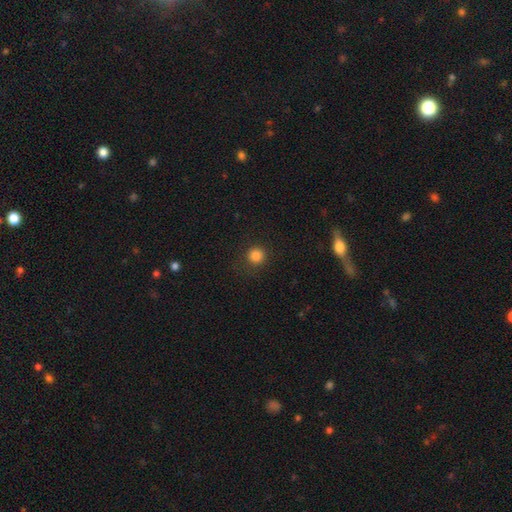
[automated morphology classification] smooth 84%, star or artifact 12%, featured or disk 4%. Down the decision tree: how rounded — round (94%); merging — none (88%).